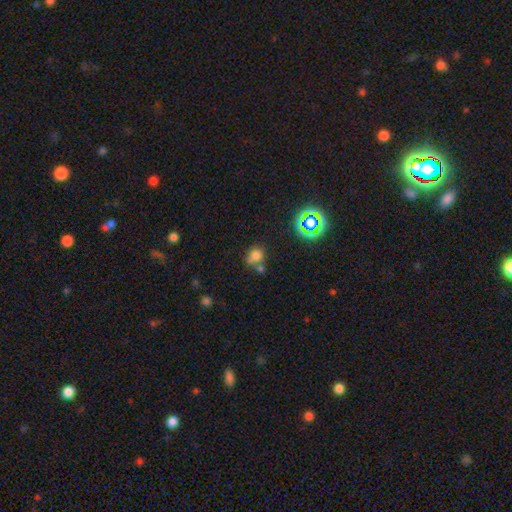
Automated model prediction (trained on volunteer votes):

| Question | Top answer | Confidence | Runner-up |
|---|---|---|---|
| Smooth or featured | smooth | 71% | star or artifact (19%) |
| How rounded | round | 60% | in between (39%) |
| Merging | none | 52% | merger (26%) |